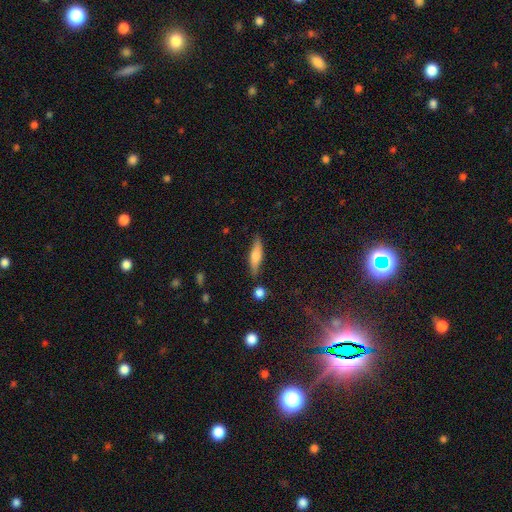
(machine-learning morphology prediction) type=smooth (60%); roundness=cigar-shaped (65%); merging=none (77%).